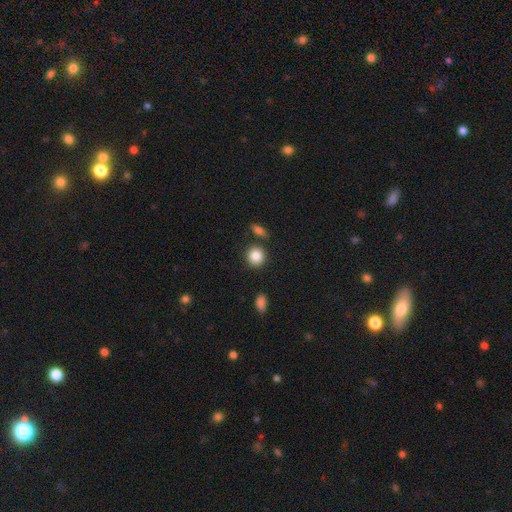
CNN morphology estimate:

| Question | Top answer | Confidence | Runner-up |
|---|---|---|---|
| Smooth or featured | smooth | 87% | star or artifact (8%) |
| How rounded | round | 86% | in between (13%) |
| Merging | none | 79% | minor disturbance (9%) |